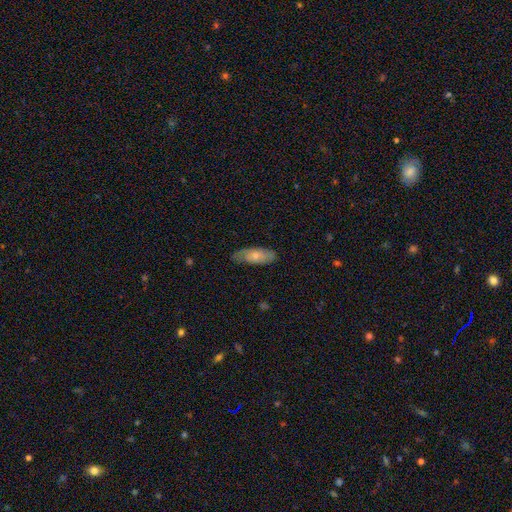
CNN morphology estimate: A smooth galaxy with no disk features (66%) that is in between round and cigar-shaped (73%). Merging: none (69%).